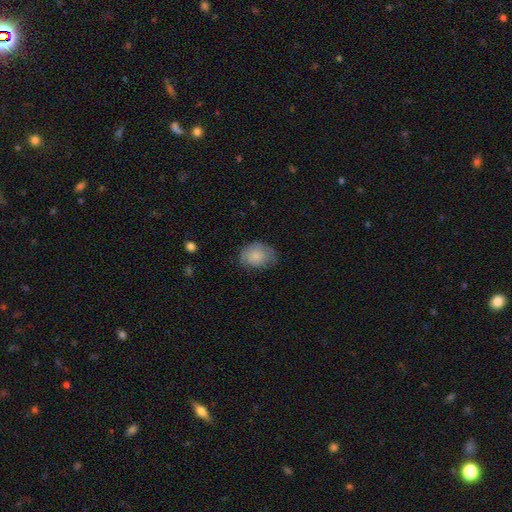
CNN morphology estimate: Smooth or featured? Predicted: smooth (p=0.76). How rounded? Predicted: in between (p=0.69). Merging? Predicted: none (p=0.59).